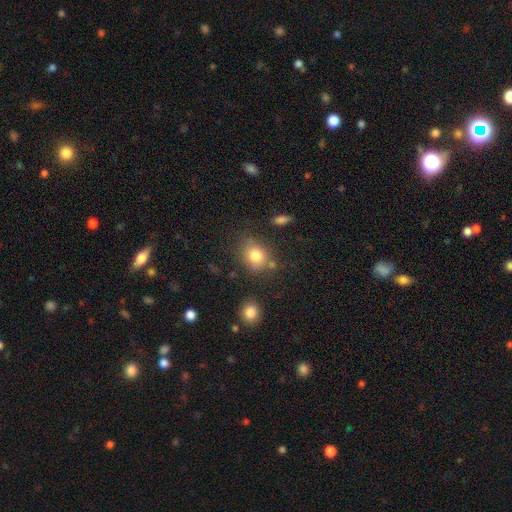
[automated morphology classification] Overall: smooth (80%). How rounded: round (56%; in between 43%). Merging: none (68%).